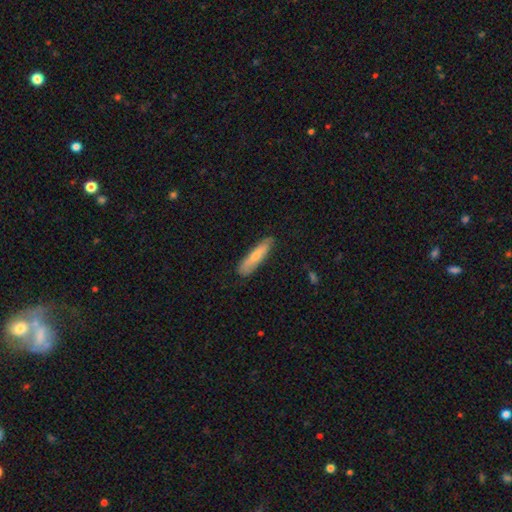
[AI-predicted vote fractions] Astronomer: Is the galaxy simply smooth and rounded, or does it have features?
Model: smooth — 70%.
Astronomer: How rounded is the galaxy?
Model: cigar-shaped — 80%.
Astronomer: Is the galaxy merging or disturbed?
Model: none — 83%.